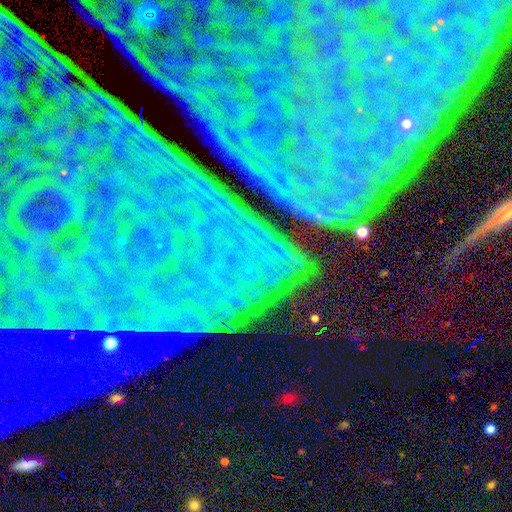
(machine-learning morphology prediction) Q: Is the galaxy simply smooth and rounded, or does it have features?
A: star or artifact — 84%.